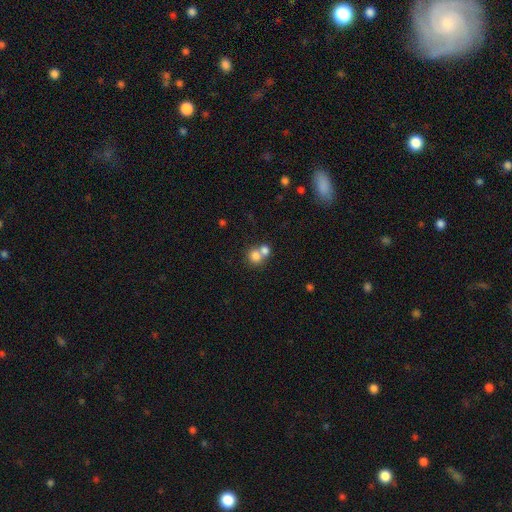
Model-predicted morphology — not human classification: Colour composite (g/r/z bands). It shows a smooth galaxy with no disk features (78%) that is round (79%). Merging: merger (54%).